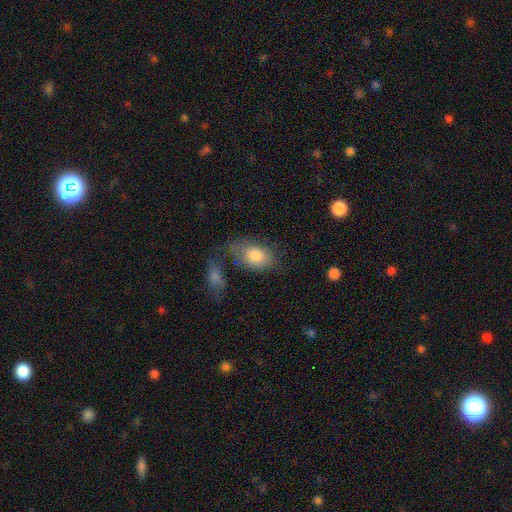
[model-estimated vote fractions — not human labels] Smooth or featured? smooth (81%)
How rounded? in between (87%)
Merging? none (53%)